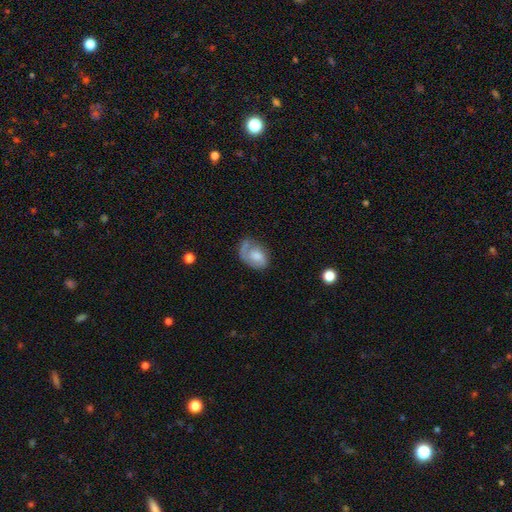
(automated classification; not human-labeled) smooth-or-featured: featured or disk: 54% | smooth: 39% | star or artifact: 7%
  disk-edge-on: no: 97% | yes: 3%
    bar: no: 67% | weak: 29% | strong: 4%
    has-spiral-arms: yes: 82% | no: 18%
    bulge-size: moderate: 39% | small: 31% | none: 15% | large: 12% | dominant: 2%
  merging: none: 49% | minor disturbance: 26% | major disturbance: 22% | merger: 3%